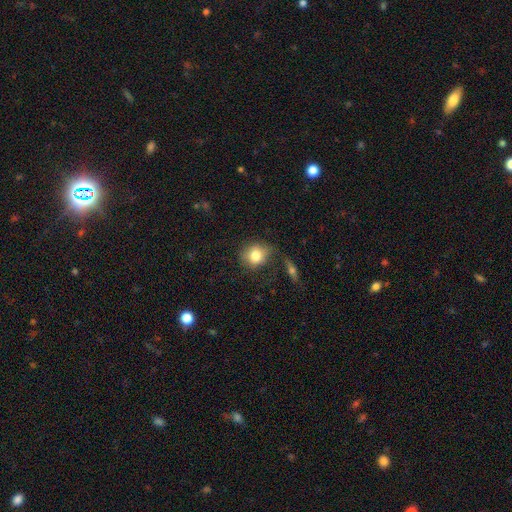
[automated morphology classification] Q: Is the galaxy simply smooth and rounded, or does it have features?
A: smooth — 79%.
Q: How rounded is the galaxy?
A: round — 72%.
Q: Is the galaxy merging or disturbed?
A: none — 64%.